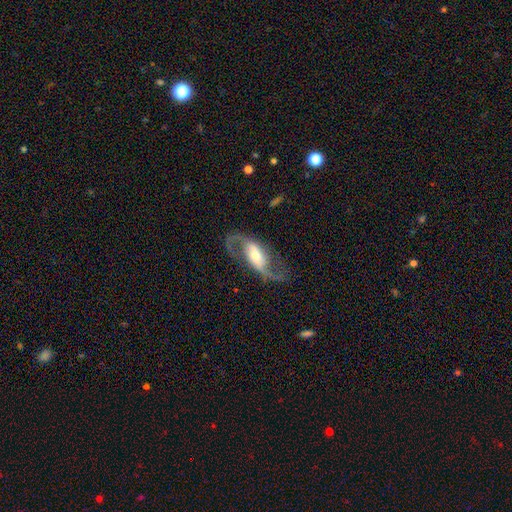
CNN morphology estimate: smooth_or_featured: featured or disk (p=0.89) [alt: smooth p=0.06]
disk_edge_on: no (p=0.95) [alt: yes p=0.05]
bar: weak (p=0.37) [alt: strong p=0.35]
has_spiral_arms: yes (p=0.96) [alt: no p=0.04]
spiral_winding: loose (p=0.64) [alt: medium p=0.30]
spiral_arm_count: 2 (p=0.93) [alt: 1 p=0.02]
bulge_size: moderate (p=0.53) [alt: small p=0.32]
merging: none (p=0.76) [alt: minor disturbance p=0.13]